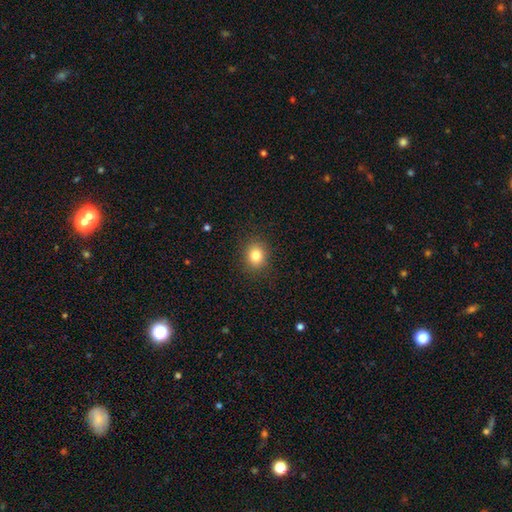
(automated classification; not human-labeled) Morphology: type=smooth (82%); roundness=round (73%); merging=none (89%).